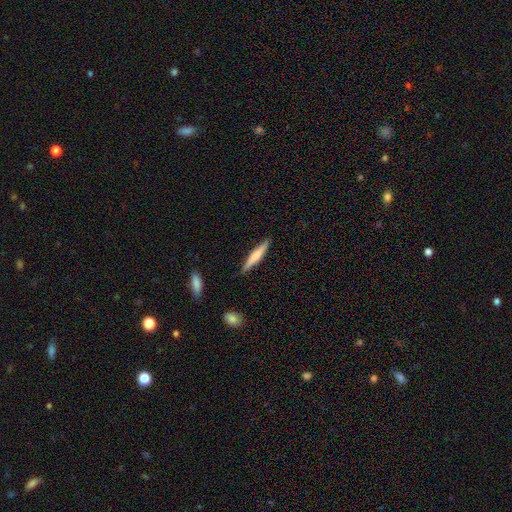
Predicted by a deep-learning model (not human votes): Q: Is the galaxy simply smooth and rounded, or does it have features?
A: smooth — 60%.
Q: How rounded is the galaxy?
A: cigar-shaped — 91%.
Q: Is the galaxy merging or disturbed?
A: none — 87%.